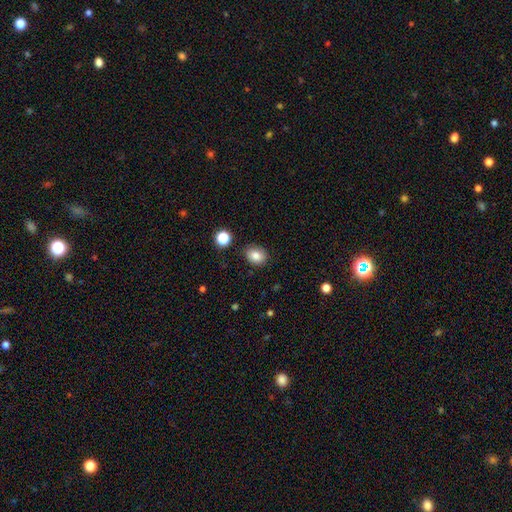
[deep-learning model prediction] smooth 82%, star or artifact 10%, featured or disk 8%. Down the decision tree: how rounded — in between (50%); merging — none (85%).